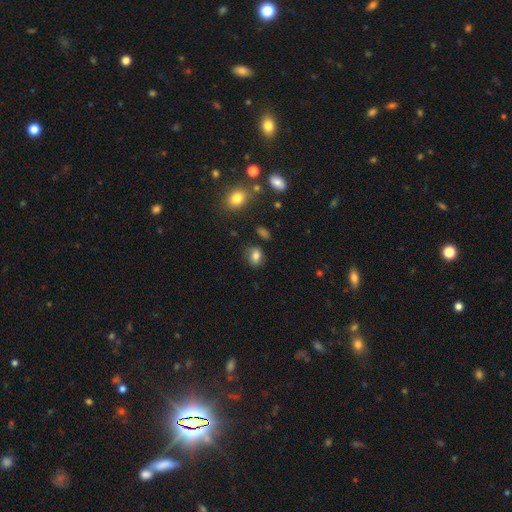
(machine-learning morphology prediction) Q: Smooth or featured?
A: smooth (76%); runner-up: featured or disk (13%)
Q: How rounded?
A: in between (58%); runner-up: round (41%)
Q: Merging?
A: none (72%); runner-up: minor disturbance (19%)